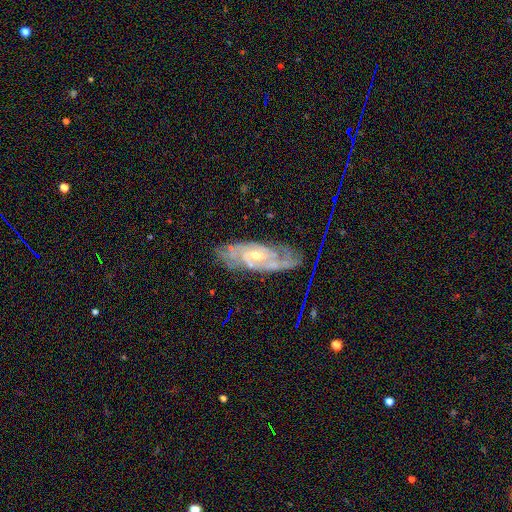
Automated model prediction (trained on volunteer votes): Q: Smooth or featured?
A: featured or disk (85%); runner-up: smooth (8%)
Q: Edge-on disk?
A: no (88%); runner-up: yes (12%)
Q: Bar?
A: weak (44%); runner-up: no (42%)
Q: Spiral arms?
A: yes (95%); runner-up: no (5%)
Q: Spiral winding?
A: tight (61%); runner-up: medium (31%)
Q: Spiral arm count?
A: 2 (35%); tied with: can't tell (35%)
Q: Bulge size?
A: small (52%); runner-up: moderate (44%)
Q: Merging?
A: none (68%); runner-up: minor disturbance (21%)